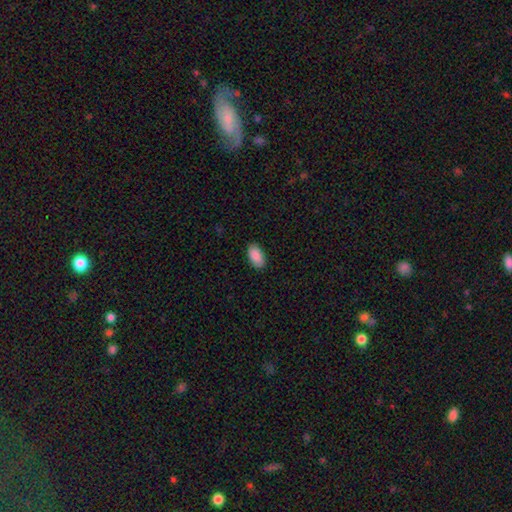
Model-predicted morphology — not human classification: Smooth or featured: smooth — 90% (star or artifact — 6%)
How rounded: in between — 95% (round — 3%)
Merging: none — 89% (minor disturbance — 8%)